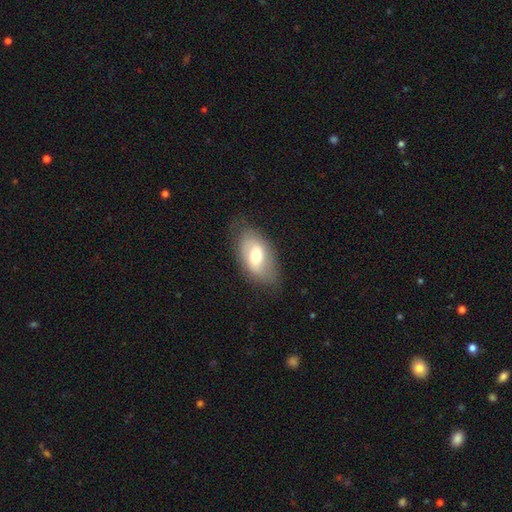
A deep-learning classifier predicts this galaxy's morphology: smooth-or-featured: smooth: 57% | featured or disk: 36% | star or artifact: 7%
  how-rounded: in between: 90% | round: 8% | cigar-shaped: 2%
  merging: none: 72% | minor disturbance: 20% | major disturbance: 7% | merger: 1%